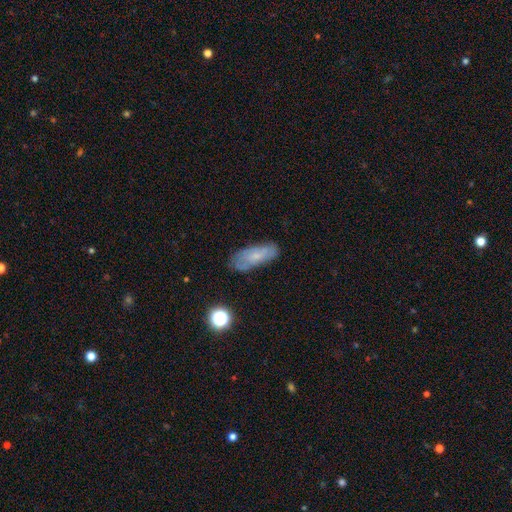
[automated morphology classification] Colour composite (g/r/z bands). It shows a smooth galaxy with no disk features (62%) that is in between round and cigar-shaped (74%). Merging: none (68%).